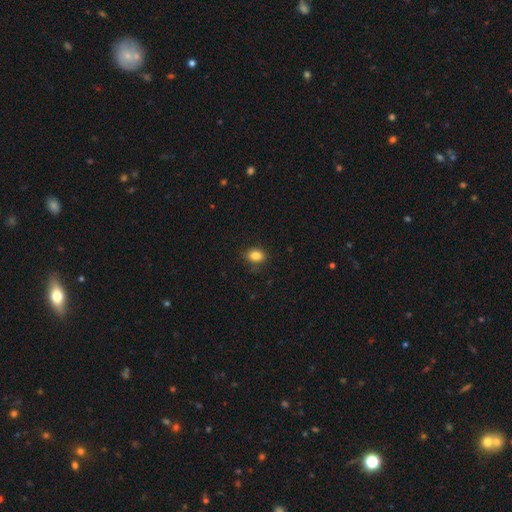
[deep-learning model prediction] Smooth or featured: smooth — 84% (star or artifact — 10%)
How rounded: in between — 63% (round — 36%)
Merging: none — 85% (minor disturbance — 12%)